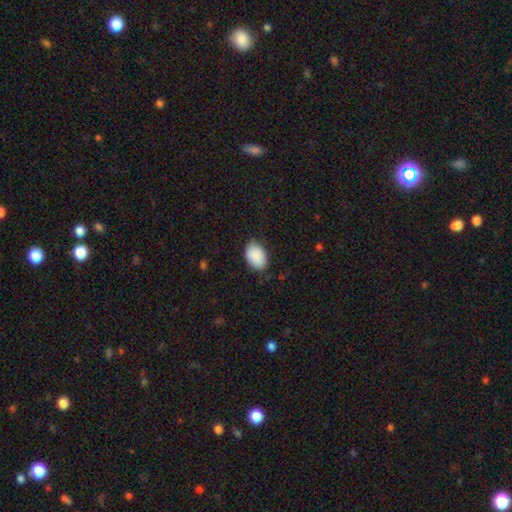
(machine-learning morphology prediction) type=smooth (90%); roundness=in between (89%); merging=none (78%).